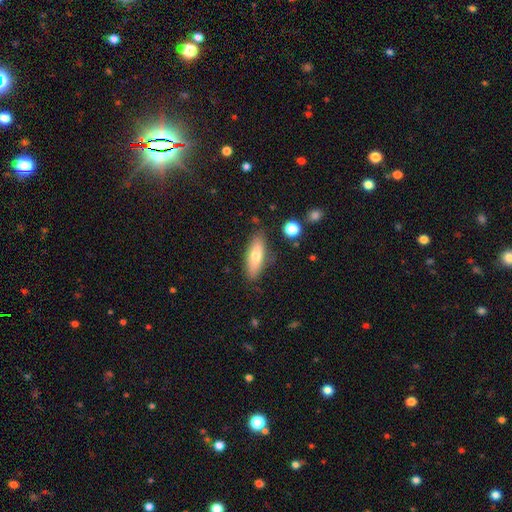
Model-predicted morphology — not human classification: Overall: smooth (68%). How rounded: in between (55%; cigar-shaped 42%). Merging: none (82%).